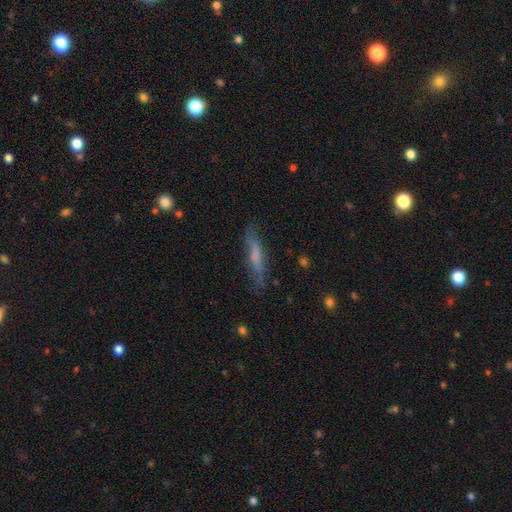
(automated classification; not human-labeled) smooth-or-featured: smooth: 48% | featured or disk: 44% | star or artifact: 8%
  merging: none: 76% | minor disturbance: 17% | major disturbance: 5% | merger: 2%